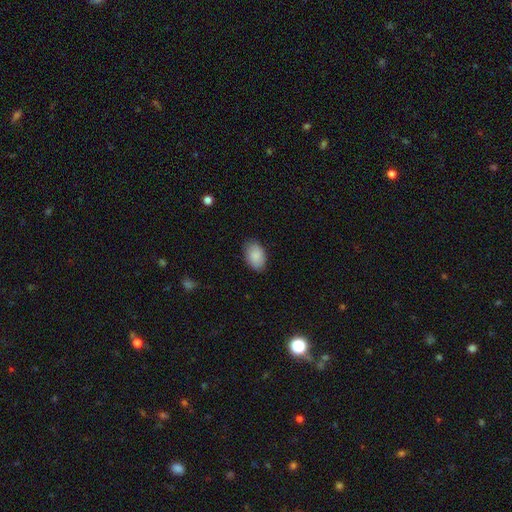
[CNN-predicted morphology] The model was most divided on "merging": none: 84%, minor disturbance: 13%, major disturbance: 3%, merger: 1%. More confident: how rounded — in between (89%); smooth or featured — smooth (89%).